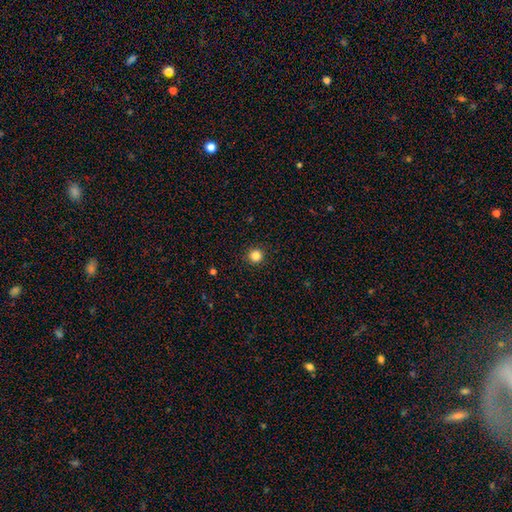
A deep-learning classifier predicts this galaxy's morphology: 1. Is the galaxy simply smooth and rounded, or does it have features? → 84% smooth, 12% star or artifact, 4% featured or disk.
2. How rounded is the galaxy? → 95% round, 4% in between, 1% cigar-shaped.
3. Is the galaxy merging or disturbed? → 92% none, 5% minor disturbance, 2% major disturbance, 1% merger.